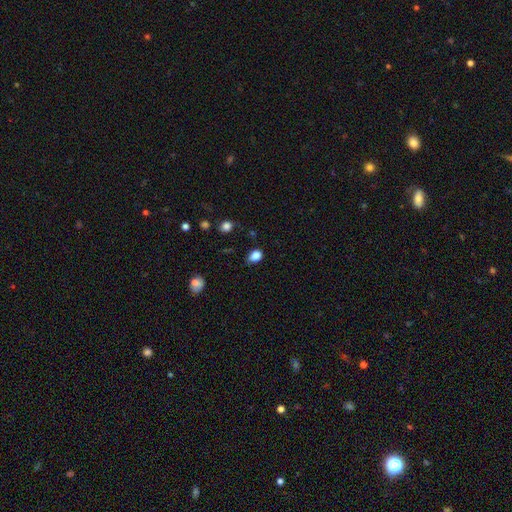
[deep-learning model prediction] smooth-or-featured: smooth: 86% | star or artifact: 10% | featured or disk: 4%
  how-rounded: in between: 71% | round: 27% | cigar-shaped: 1%
  merging: none: 73% | minor disturbance: 21% | major disturbance: 4% | merger: 2%